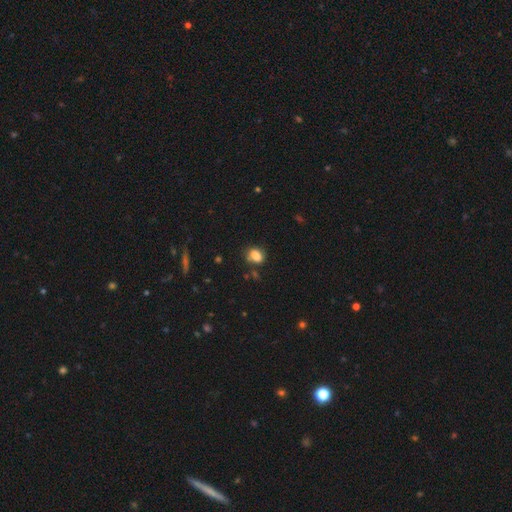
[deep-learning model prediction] A smooth galaxy with no disk features (83%) that is in between round and cigar-shaped (69%).

Vote fractions:
- Smooth or featured? smooth: 83% / star or artifact: 10% / featured or disk: 7%
- How rounded? in between: 69% / round: 29% / cigar-shaped: 2%
- Merging? none: 69% / minor disturbance: 19% / merger: 7% / major disturbance: 5%